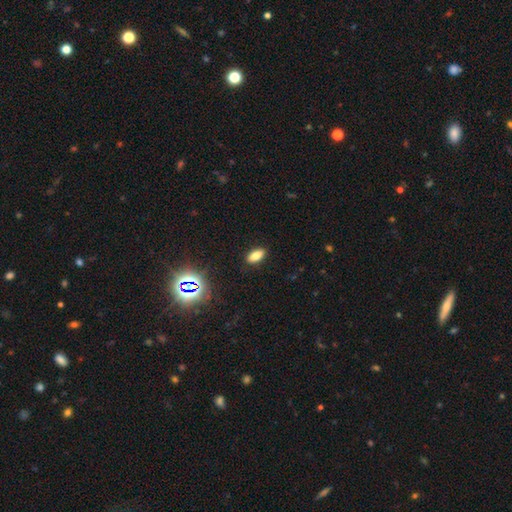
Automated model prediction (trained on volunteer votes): Smooth or featured: smooth — 77% (star or artifact — 14%)
How rounded: in between — 86% (cigar-shaped — 10%)
Merging: none — 89% (minor disturbance — 8%)